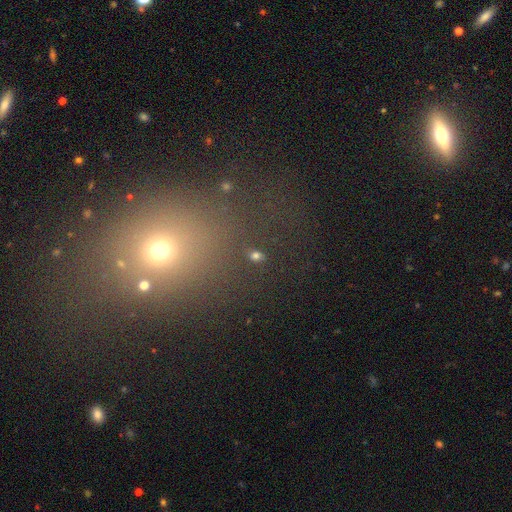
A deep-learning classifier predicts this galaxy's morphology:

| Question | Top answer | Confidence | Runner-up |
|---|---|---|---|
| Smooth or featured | smooth | 50% | star or artifact (39%) |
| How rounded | round | 69% | in between (28%) |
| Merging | none | 74% | minor disturbance (10%) |